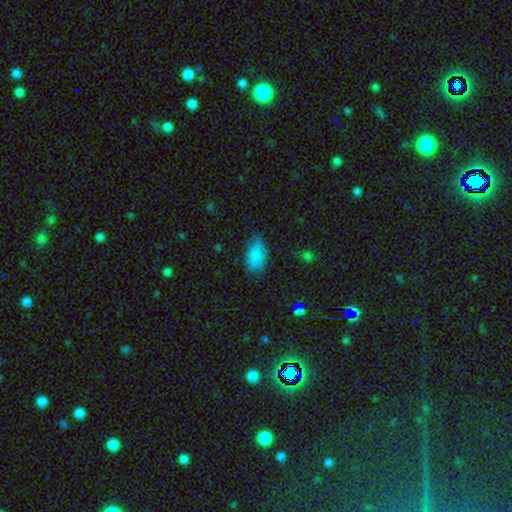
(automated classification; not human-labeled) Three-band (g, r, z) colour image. It shows a smooth galaxy with no disk features (86%) that is in between round and cigar-shaped (93%). Merging: none (71%).